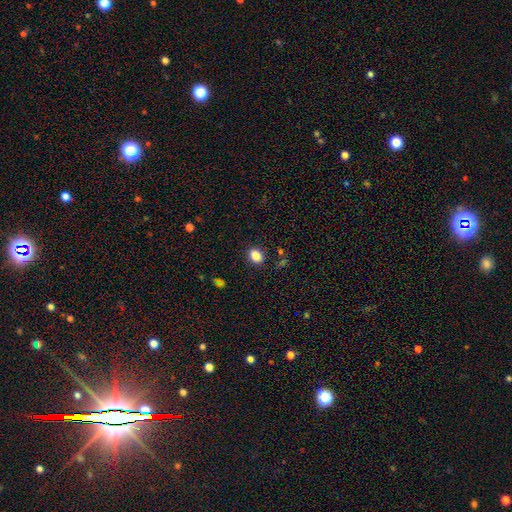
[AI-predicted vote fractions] This is clearly a smooth galaxy (85%). How rounded: likely in between (64%). Merging: clearly none (87%).